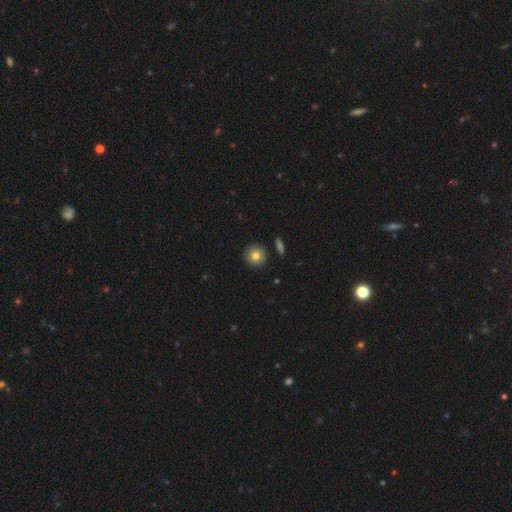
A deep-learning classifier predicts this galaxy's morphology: Smooth or featured?
  - smooth: 79% *
  - featured or disk: 12%
  - star or artifact: 9%
How rounded?
  - round: 93% *
  - in between: 6%
  - cigar-shaped: 1%
Merging?
  - none: 89% *
  - minor disturbance: 6%
  - merger: 2%
  - major disturbance: 2%